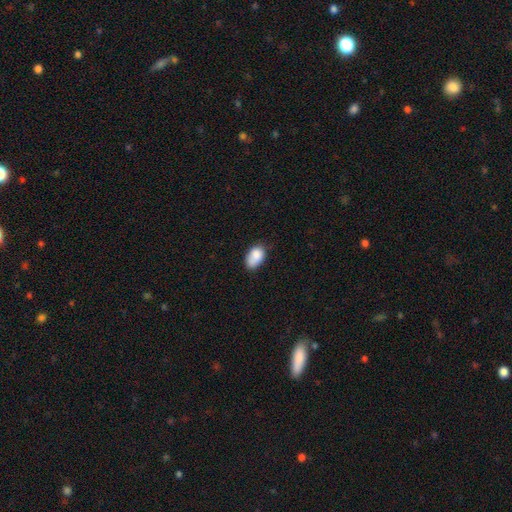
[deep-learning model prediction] The model was most divided on "merging": none: 57%, minor disturbance: 32%, major disturbance: 7%, merger: 4%. More confident: how rounded — in between (91%); smooth or featured — smooth (85%).